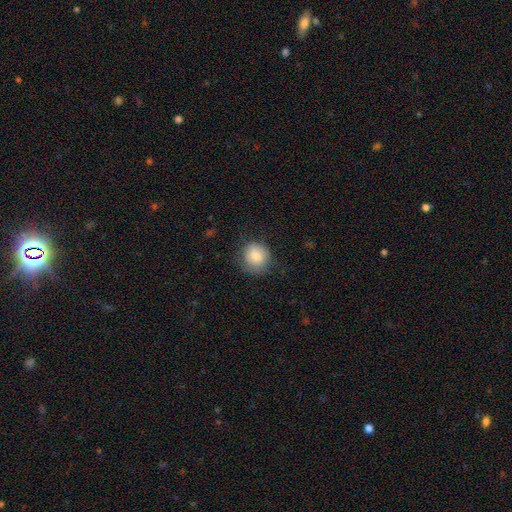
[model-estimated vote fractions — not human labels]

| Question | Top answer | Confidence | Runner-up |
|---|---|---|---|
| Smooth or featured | smooth | 84% | featured or disk (8%) |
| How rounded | round | 82% | in between (17%) |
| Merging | none | 75% | minor disturbance (19%) |